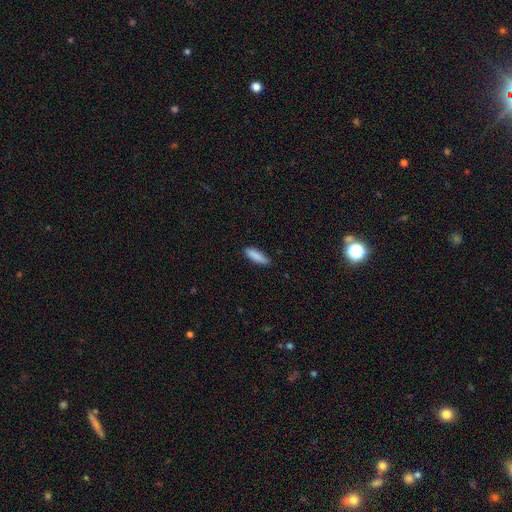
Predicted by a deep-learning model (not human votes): Smooth or featured: smooth — 87% (star or artifact — 6%)
How rounded: cigar-shaped — 61% (in between — 37%)
Merging: none — 84% (minor disturbance — 13%)